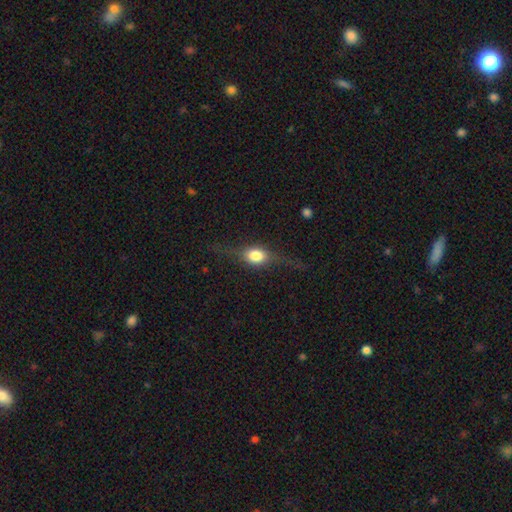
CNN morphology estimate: featured or disk 57%, smooth 34%, star or artifact 10%. Down the decision tree: edge-on disk — yes (92%); edge-on bulge — rounded (93%); merging — none (73%).